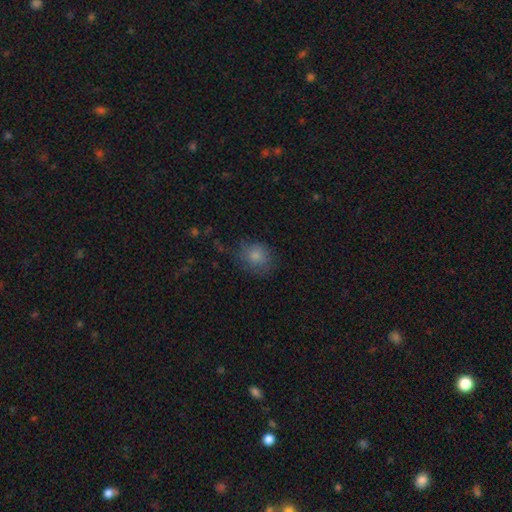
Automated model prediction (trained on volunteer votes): The model was most divided on "merging": none: 65%, minor disturbance: 24%, major disturbance: 10%, merger: 2%. More confident: smooth or featured — smooth (80%); how rounded — round (72%).